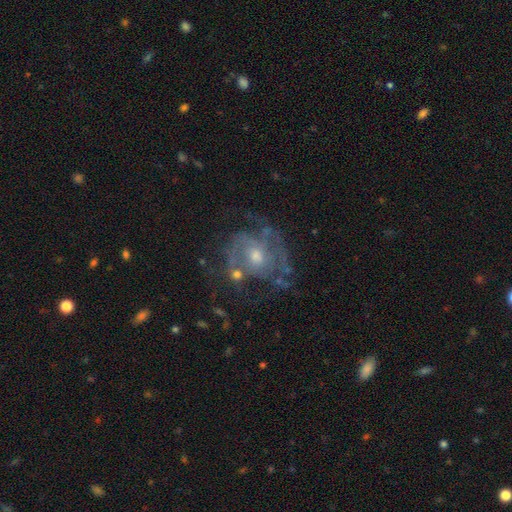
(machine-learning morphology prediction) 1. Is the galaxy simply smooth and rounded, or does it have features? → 79% featured or disk, 11% smooth, 10% star or artifact.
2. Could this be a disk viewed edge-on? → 97% no, 3% yes.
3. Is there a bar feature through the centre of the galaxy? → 71% no, 24% weak, 5% strong.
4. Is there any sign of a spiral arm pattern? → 83% yes, 17% no.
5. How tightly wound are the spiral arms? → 44% tight, 42% medium, 15% loose.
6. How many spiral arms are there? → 41% 2, 30% can't tell, 15% 3, 6% 1, 5% 4, 4% more than 4.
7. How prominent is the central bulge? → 58% moderate, 35% small, 4% large, 2% none, 1% dominant.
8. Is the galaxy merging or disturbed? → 58% none, 19% minor disturbance, 18% major disturbance, 5% merger.